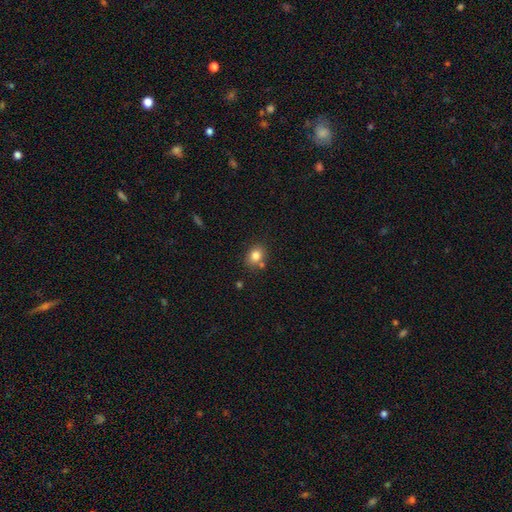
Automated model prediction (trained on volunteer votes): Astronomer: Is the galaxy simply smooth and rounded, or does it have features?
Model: smooth — 82%.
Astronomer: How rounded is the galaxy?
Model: in between — 50% (runner-up: round, 49%).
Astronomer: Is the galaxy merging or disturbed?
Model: none — 71%.